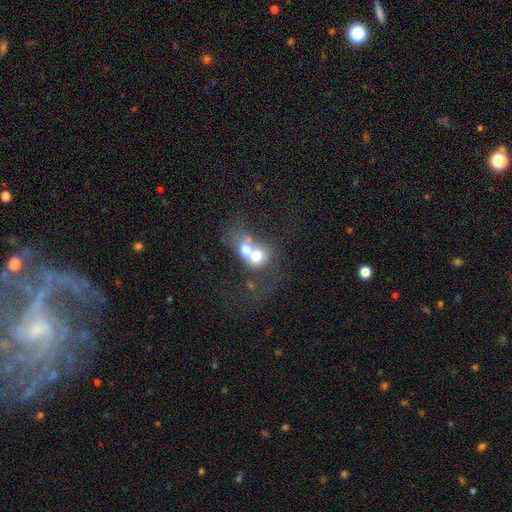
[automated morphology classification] Smooth or featured? Predicted: smooth (p=0.59). How rounded? Predicted: round (p=0.55). Merging? Predicted: merger (p=0.73).